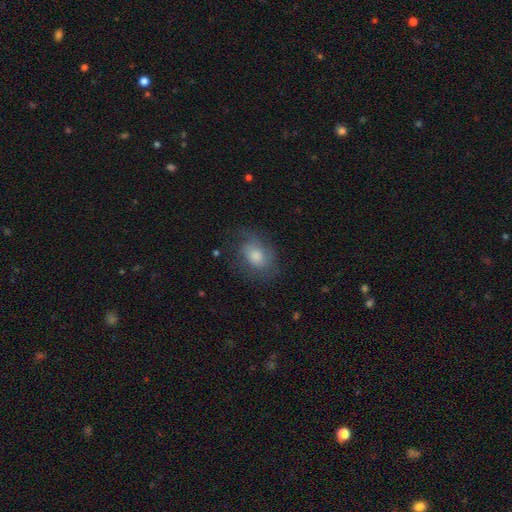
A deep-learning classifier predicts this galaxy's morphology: smooth_or_featured: smooth (p=0.45) [alt: featured or disk p=0.44]
merging: none (p=0.67) [alt: minor disturbance p=0.20]